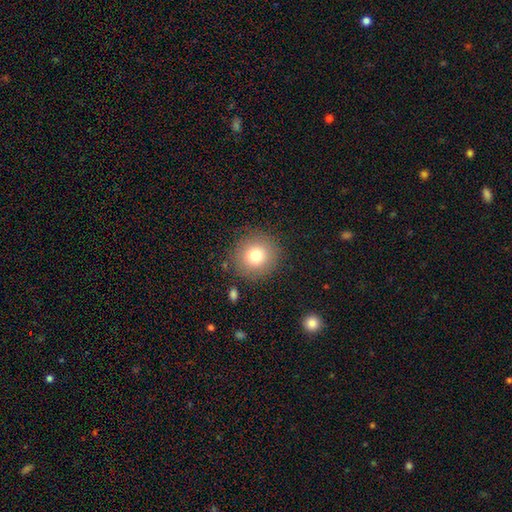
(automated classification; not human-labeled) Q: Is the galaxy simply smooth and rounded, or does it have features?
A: smooth — 78%.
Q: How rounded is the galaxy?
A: round — 93%.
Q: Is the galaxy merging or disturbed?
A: none — 87%.